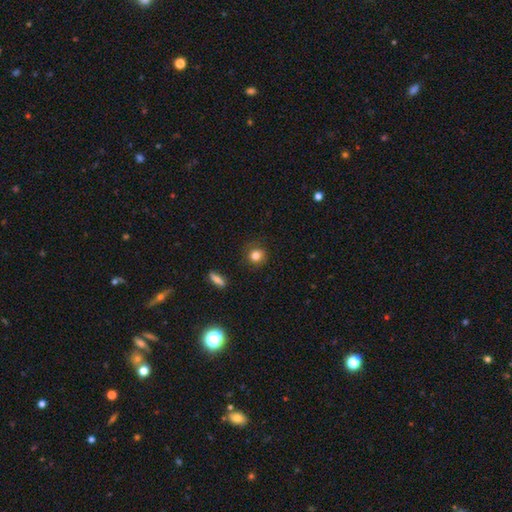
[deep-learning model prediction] smooth 81%, star or artifact 11%, featured or disk 8%. Down the decision tree: how rounded — round (87%); merging — none (84%).